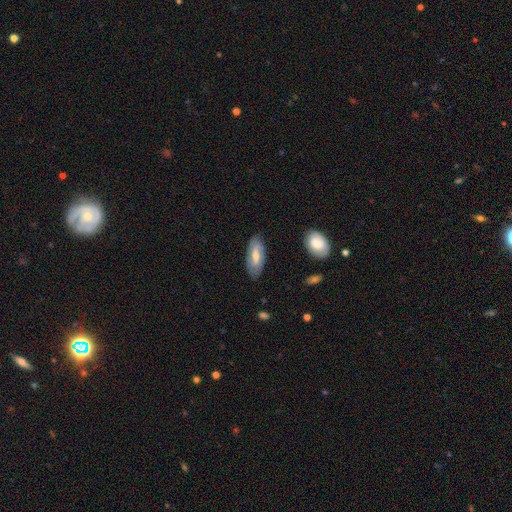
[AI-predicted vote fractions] Smooth or featured? featured or disk (49%)
Merging? none (83%)